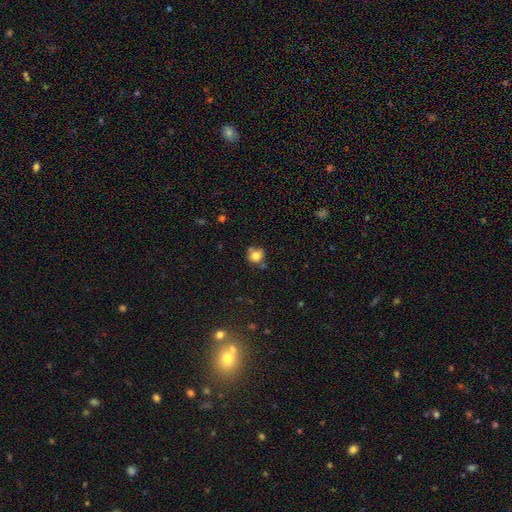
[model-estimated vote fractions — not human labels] Morphology: type=smooth (79%); roundness=round (83%); merging=none (65%).